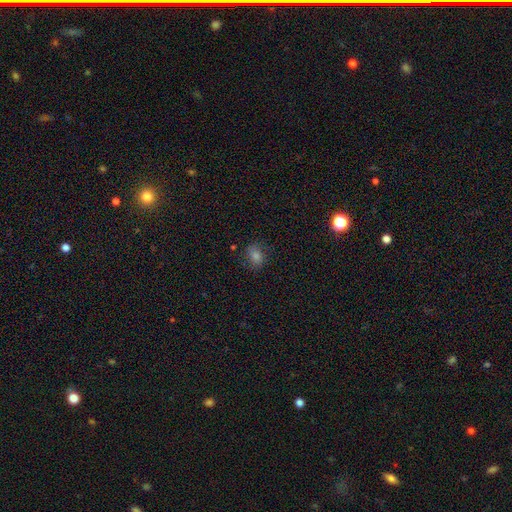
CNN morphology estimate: smooth 60%, star or artifact 25%, featured or disk 14%. Down the decision tree: how rounded — round (55%); merging — none (78%).